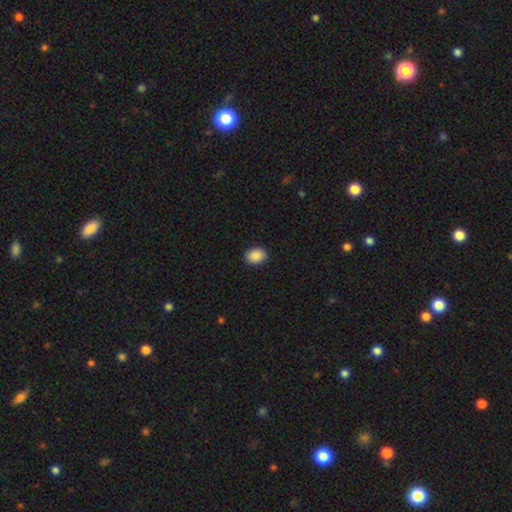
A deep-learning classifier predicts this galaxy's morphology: smooth-or-featured: smooth: 90% | star or artifact: 8% | featured or disk: 3%
  how-rounded: in between: 61% | round: 38% | cigar-shaped: 1%
  merging: none: 91% | minor disturbance: 7% | major disturbance: 2% | merger: 1%